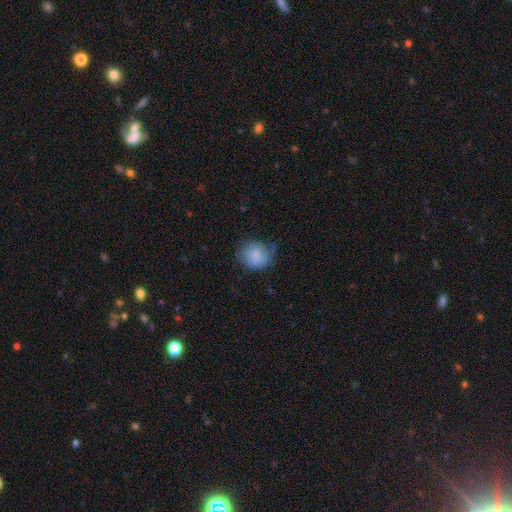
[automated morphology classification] Smooth or featured?
  - smooth: 80% *
  - featured or disk: 12%
  - star or artifact: 8%
How rounded?
  - round: 74% *
  - in between: 25%
  - cigar-shaped: 1%
Merging?
  - none: 60% *
  - minor disturbance: 28%
  - major disturbance: 10%
  - merger: 2%